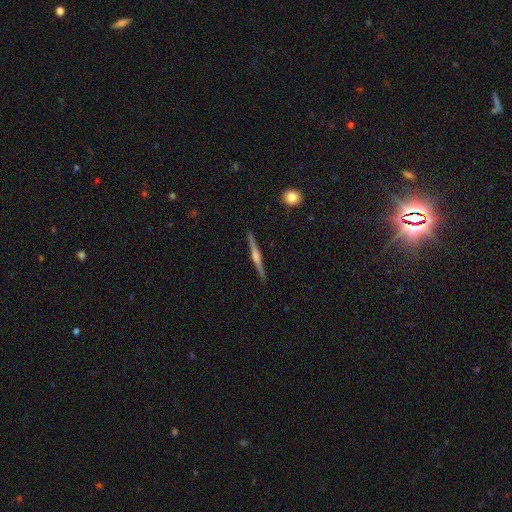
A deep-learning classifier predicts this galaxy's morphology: This is likely a featured or disk galaxy (77%). It is clearly viewed edge-on (98%). Edge-on bulge: likely rounded (73%). Merging: clearly none (92%).